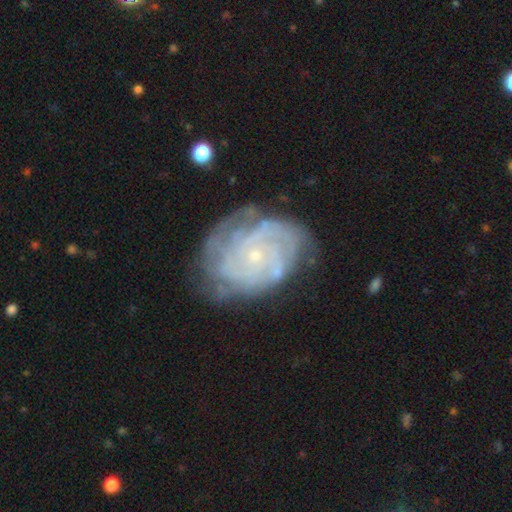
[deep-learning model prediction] smooth-or-featured: featured or disk: 86% | smooth: 8% | star or artifact: 6%
  disk-edge-on: no: 97% | yes: 3%
    bar: no: 79% | weak: 17% | strong: 4%
    has-spiral-arms: yes: 96% | no: 4%
      spiral-winding: tight: 76% | medium: 20% | loose: 4%
      spiral-arm-count: can't tell: 30% | 4: 24% | 3: 16% | more than 4: 13% | 2: 11% | 1: 7%
    bulge-size: small: 83% | moderate: 12% | none: 2% | large: 1% | dominant: 1%
  merging: none: 71% | minor disturbance: 20% | major disturbance: 8% | merger: 2%